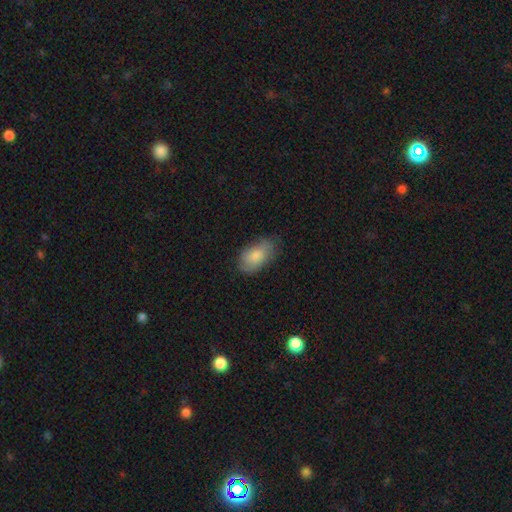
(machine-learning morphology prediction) Q: Smooth or featured?
A: smooth (75%); runner-up: featured or disk (18%)
Q: How rounded?
A: in between (93%); runner-up: round (5%)
Q: Merging?
A: none (72%); runner-up: minor disturbance (22%)